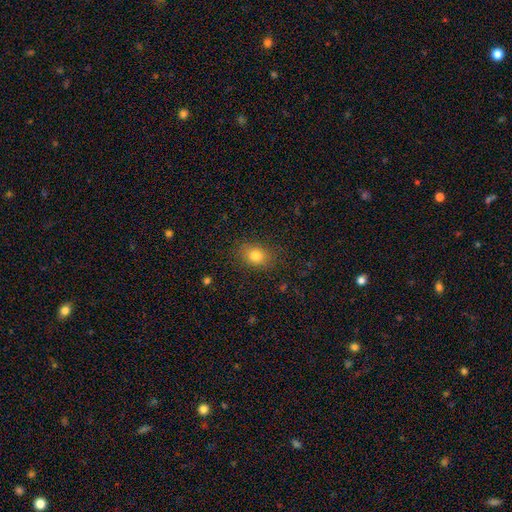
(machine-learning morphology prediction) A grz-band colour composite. It shows a smooth galaxy with no disk features (80%) that is in between round and cigar-shaped (64%). Merging: none (83%).